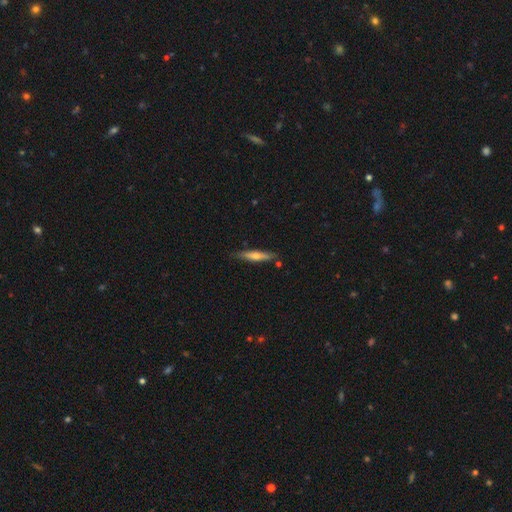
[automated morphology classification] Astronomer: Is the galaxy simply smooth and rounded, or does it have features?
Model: featured or disk — 54% (runner-up: smooth, 40%).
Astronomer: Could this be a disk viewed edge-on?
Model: yes — 92%.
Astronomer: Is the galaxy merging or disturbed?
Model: none — 83%.